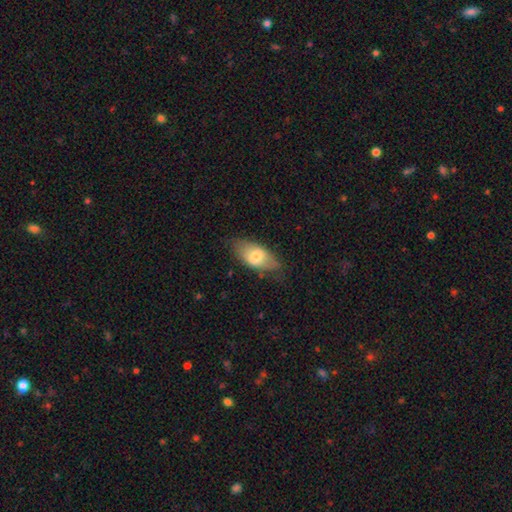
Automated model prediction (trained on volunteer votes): smooth 68%, featured or disk 26%, star or artifact 7%. Down the decision tree: how rounded — in between (89%); merging — none (73%).